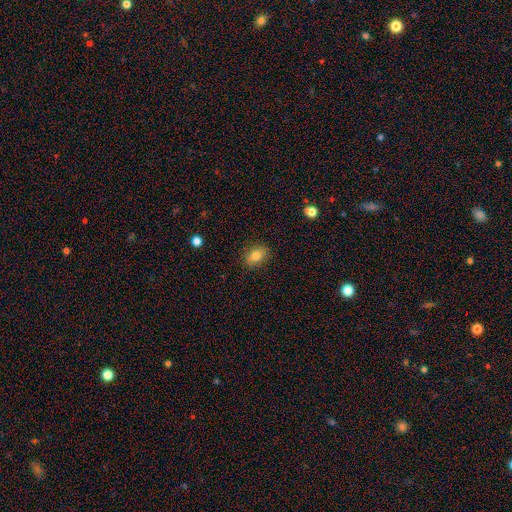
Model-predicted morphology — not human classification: Smooth or featured? smooth (79%)
How rounded? in between (74%)
Merging? none (86%)